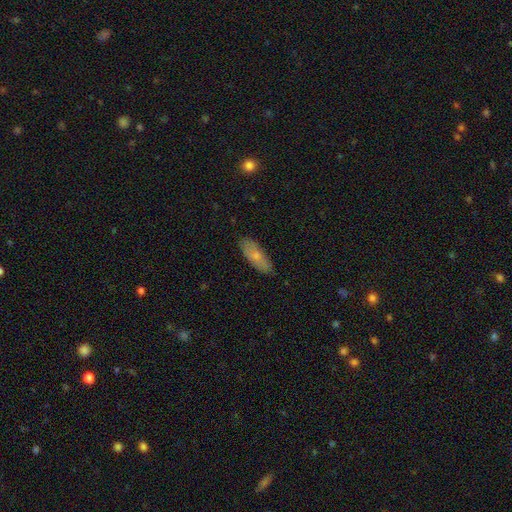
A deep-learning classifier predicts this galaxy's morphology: Overall: smooth (73%). How rounded: in between (67%; cigar-shaped 31%). Merging: none (84%).